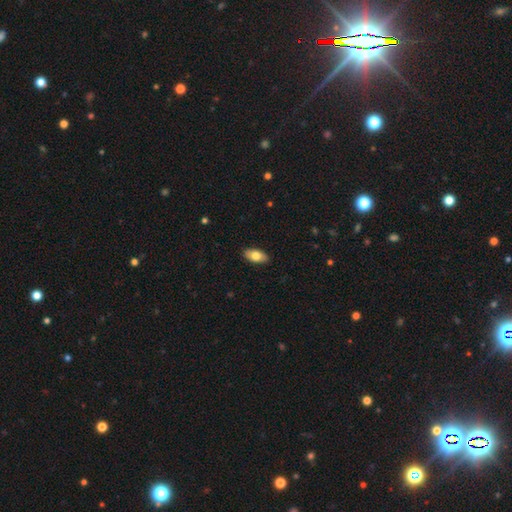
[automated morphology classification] A smooth galaxy with no disk features (78%) that is in between round and cigar-shaped (92%).

Vote fractions:
- Smooth or featured? smooth: 78% / featured or disk: 16% / star or artifact: 6%
- How rounded? in between: 92% / cigar-shaped: 5% / round: 3%
- Merging? none: 89% / minor disturbance: 8% / major disturbance: 2% / merger: 1%